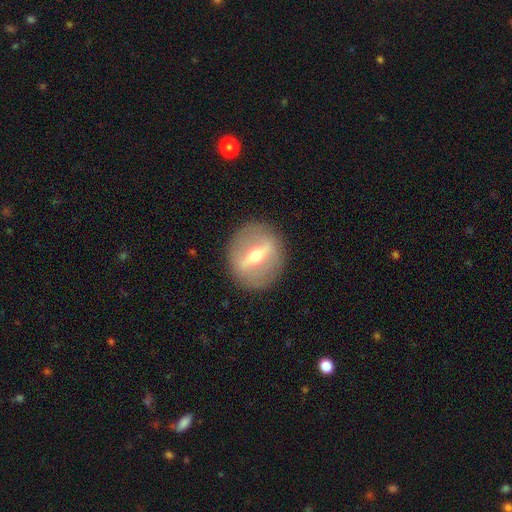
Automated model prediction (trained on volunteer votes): Smooth or featured? Predicted: featured or disk (p=0.72). Edge-on disk? Predicted: no (p=0.69). Merging? Predicted: none (p=0.88).